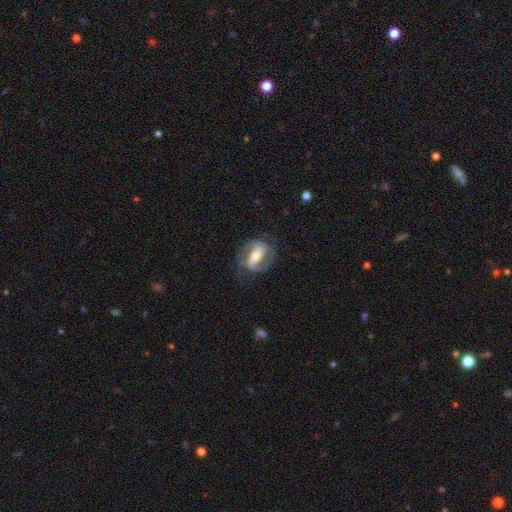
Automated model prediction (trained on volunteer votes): The model was most divided on "spiral winding": medium: 50%, tight: 34%, loose: 16%. More confident: edge-on disk — no (95%); spiral arms — yes (90%); spiral arm count — 2 (89%); smooth or featured — featured or disk (82%); merging — none (76%); bar — strong (60%); bulge size — moderate (57%).